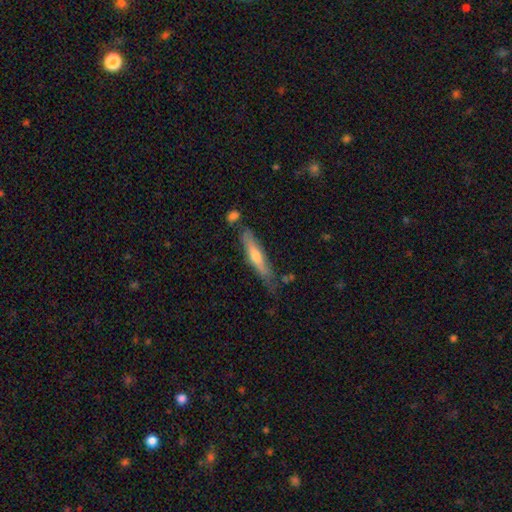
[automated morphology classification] A smooth galaxy with no disk features (49%). Merging: none (66%).